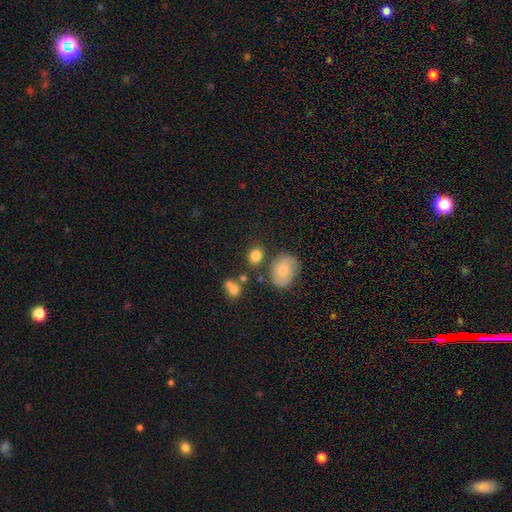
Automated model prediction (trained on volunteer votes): Smooth or featured?
  - smooth: 82% *
  - star or artifact: 10%
  - featured or disk: 8%
How rounded?
  - round: 62% *
  - in between: 37%
  - cigar-shaped: 1%
Merging?
  - none: 73% *
  - minor disturbance: 12%
  - merger: 11%
  - major disturbance: 4%